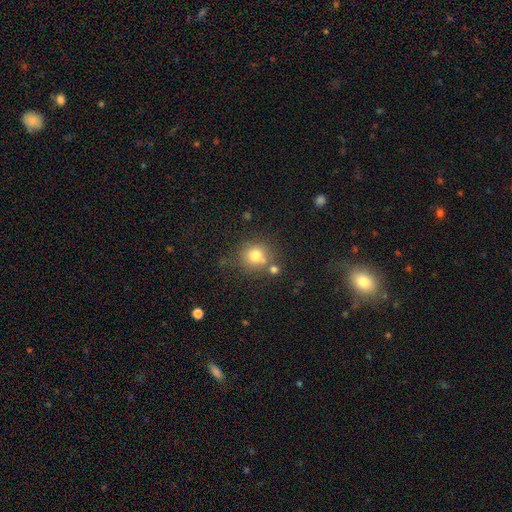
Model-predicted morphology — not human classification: smooth_or_featured: smooth (p=0.76) [alt: star or artifact p=0.13]
how_rounded: round (p=0.87) [alt: in between p=0.12]
merging: none (p=0.67) [alt: merger p=0.17]